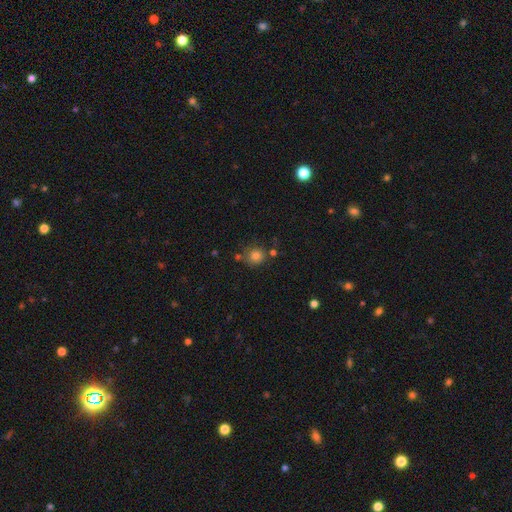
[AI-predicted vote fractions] This appears to be a smooth galaxy with no disk features (80%) that is round (88%). Merging: none (73%).